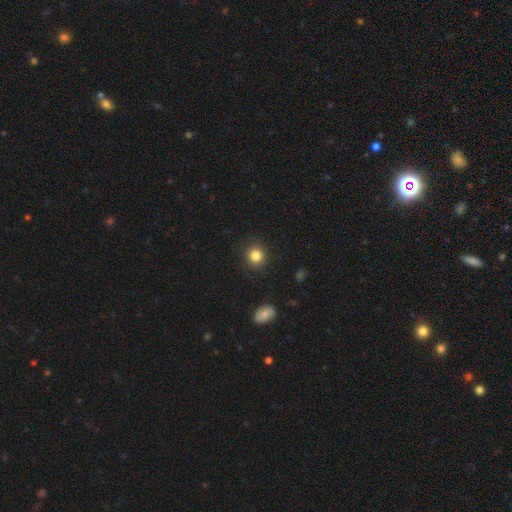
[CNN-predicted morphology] Smooth or featured? smooth (84%)
How rounded? round (87%)
Merging? none (90%)